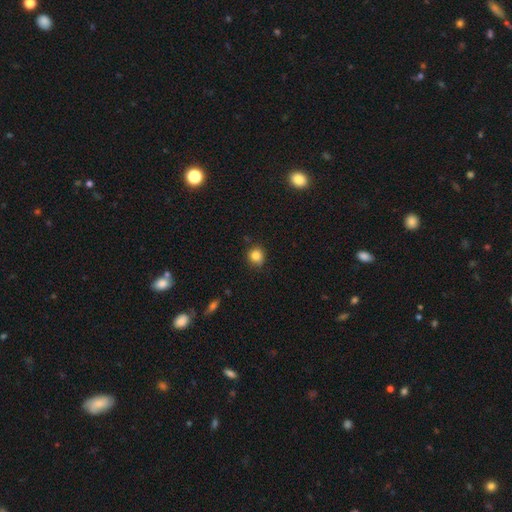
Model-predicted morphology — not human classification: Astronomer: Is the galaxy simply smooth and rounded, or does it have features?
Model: smooth — 84%.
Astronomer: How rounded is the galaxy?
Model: round — 84%.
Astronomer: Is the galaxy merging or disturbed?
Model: none — 82%.